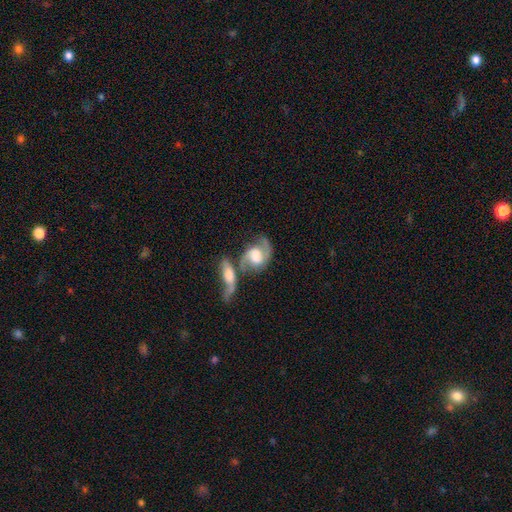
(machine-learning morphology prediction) Smooth or featured? Predicted: featured or disk (p=0.79). Edge-on disk? Predicted: no (p=0.95). Bar? Predicted: no (p=0.43, tied with weak). Spiral arms? Predicted: yes (p=0.94). Spiral winding? Predicted: medium (p=0.48). Spiral arm count? Predicted: 2 (p=0.90). Bulge size? Predicted: large (p=0.40). Merging? Predicted: merger (p=0.40).